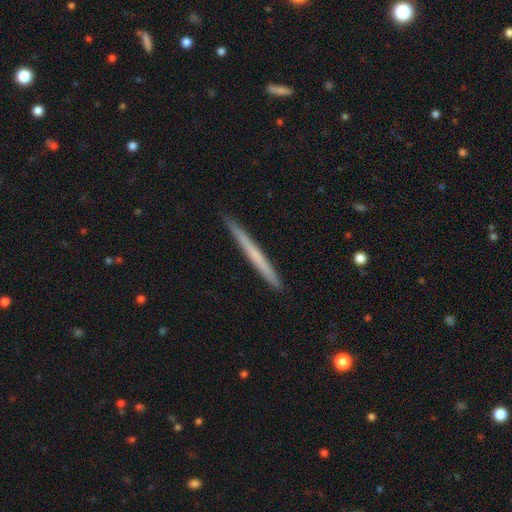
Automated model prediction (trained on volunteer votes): Smooth or featured? smooth (50%)
Merging? none (92%)